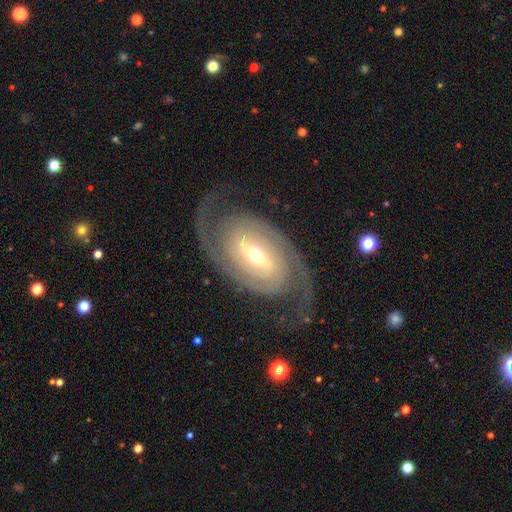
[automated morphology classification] This is clearly a featured or disk galaxy (92%). It is clearly not viewed edge-on (97%). Bar: marginally weak (40%). Spiral arm pattern: clearly yes (98%). Spiral arm count: clearly 2 (90%). Spiral winding: possibly tight (56%). Central bulge: possibly moderate (48%). Merging: clearly none (81%).